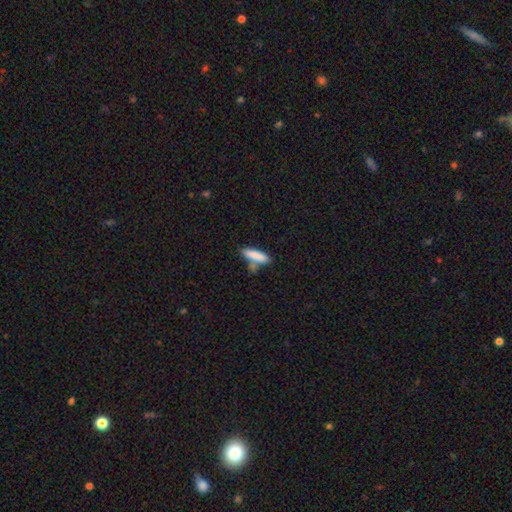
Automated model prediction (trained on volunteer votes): Q: Smooth or featured?
A: smooth (83%); runner-up: featured or disk (11%)
Q: How rounded?
A: cigar-shaped (67%); runner-up: in between (31%)
Q: Merging?
A: none (56%); runner-up: merger (21%)